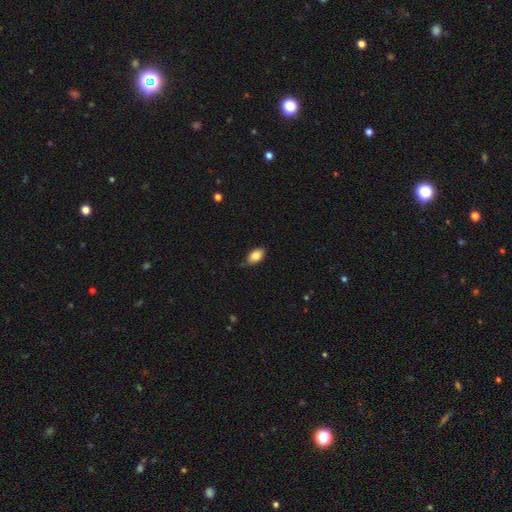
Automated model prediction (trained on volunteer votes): smooth 83%, featured or disk 9%, star or artifact 7%. Down the decision tree: how rounded — in between (90%); merging — none (75%).